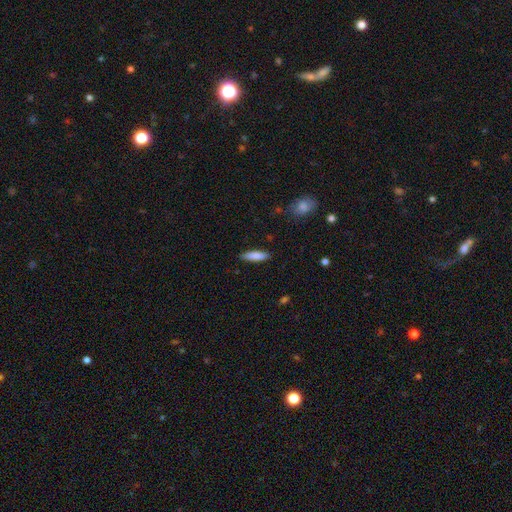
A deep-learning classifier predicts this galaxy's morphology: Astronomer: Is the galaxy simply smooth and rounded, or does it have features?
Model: smooth — 81%.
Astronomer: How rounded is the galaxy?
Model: cigar-shaped — 70%.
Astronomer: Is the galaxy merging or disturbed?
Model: none — 86%.